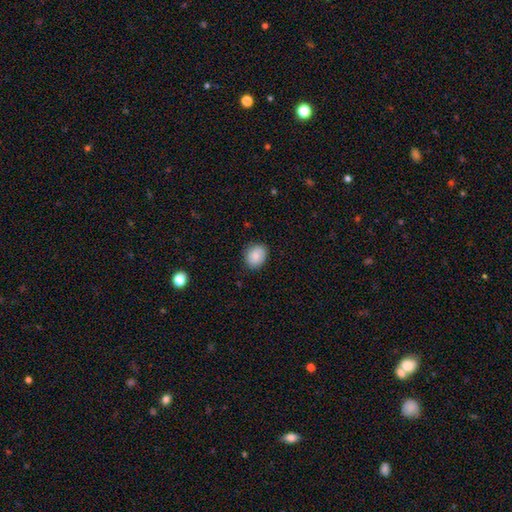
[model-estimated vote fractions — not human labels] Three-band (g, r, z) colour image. It shows a smooth galaxy with no disk features (84%) that is round (57%). Merging: none (84%).